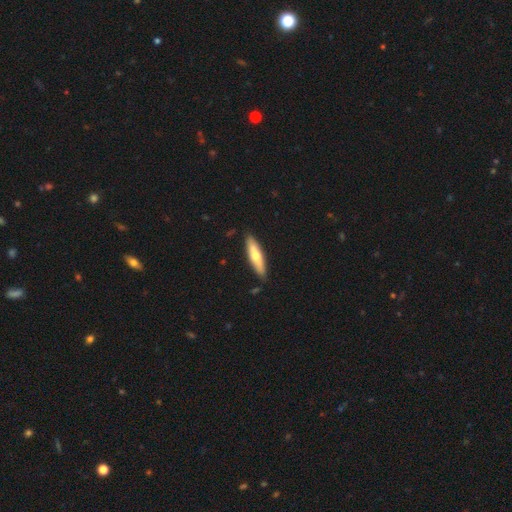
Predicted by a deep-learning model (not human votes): smooth-or-featured: smooth: 57% | featured or disk: 38% | star or artifact: 5%
  how-rounded: cigar-shaped: 75% | in between: 24% | round: 2%
  merging: none: 87% | minor disturbance: 10% | major disturbance: 2% | merger: 1%